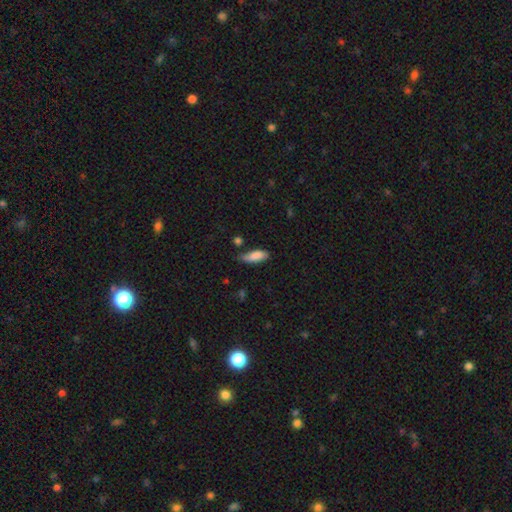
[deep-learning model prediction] Smooth or featured? smooth (82%)
How rounded? in between (70%)
Merging? none (51%)